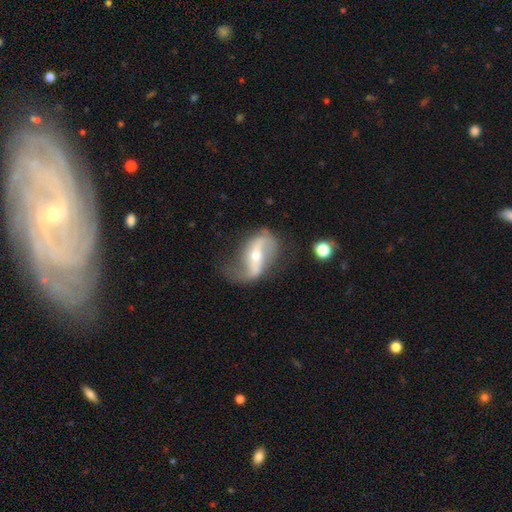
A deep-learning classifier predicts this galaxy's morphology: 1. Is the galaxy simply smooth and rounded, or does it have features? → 85% featured or disk, 9% smooth, 6% star or artifact.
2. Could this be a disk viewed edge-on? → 94% no, 6% yes.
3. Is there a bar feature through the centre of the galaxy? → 47% strong, 29% weak, 24% no.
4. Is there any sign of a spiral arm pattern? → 92% yes, 8% no.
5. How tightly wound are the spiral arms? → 80% loose, 15% medium, 5% tight.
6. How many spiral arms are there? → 89% 2, 5% 1, 3% can't tell, 1% 3, 1% 4, 1% more than 4.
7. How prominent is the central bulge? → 50% moderate, 45% small, 3% large, 1% none, 1% dominant.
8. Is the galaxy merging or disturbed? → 61% none, 21% minor disturbance, 14% major disturbance, 3% merger.